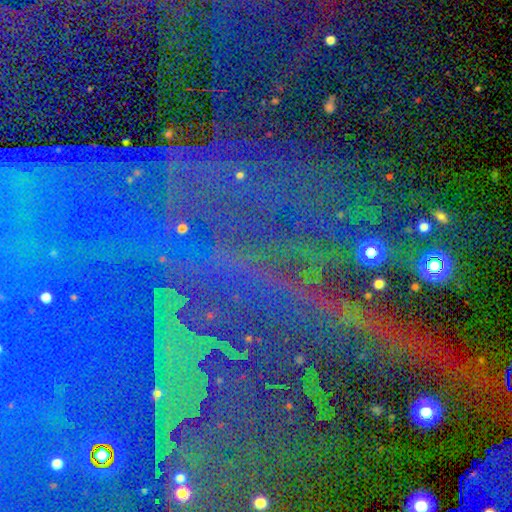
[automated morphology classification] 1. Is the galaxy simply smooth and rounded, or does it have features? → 87% star or artifact, 7% featured or disk, 6% smooth.